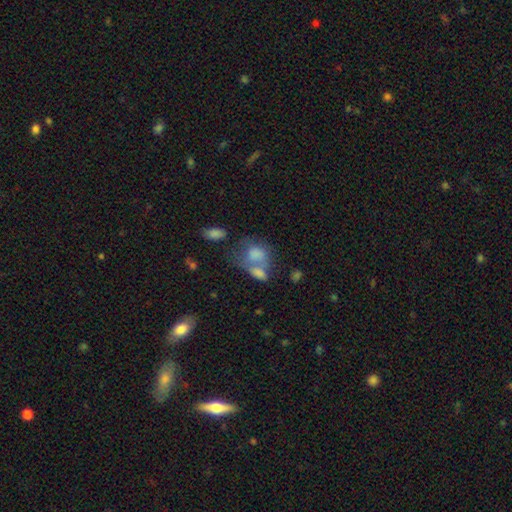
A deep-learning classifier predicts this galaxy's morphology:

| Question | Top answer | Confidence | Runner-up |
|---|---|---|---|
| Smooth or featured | smooth | 72% | featured or disk (19%) |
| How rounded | in between | 65% | round (33%) |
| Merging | merger | 53% | none (20%) |